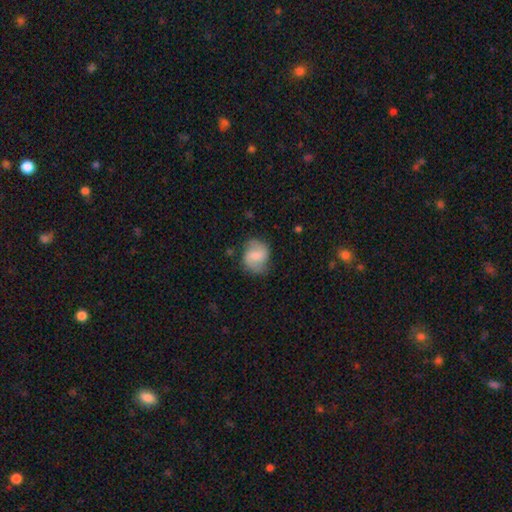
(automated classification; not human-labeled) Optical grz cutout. It shows a featured or disk galaxy (48%). Merging: none (69%).